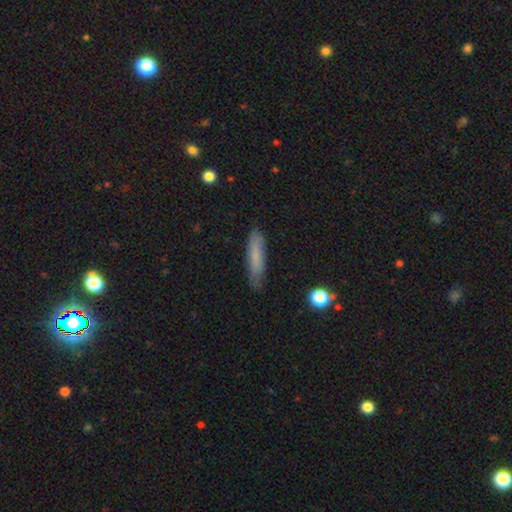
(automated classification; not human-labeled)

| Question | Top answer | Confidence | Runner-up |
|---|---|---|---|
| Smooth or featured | smooth | 76% | featured or disk (16%) |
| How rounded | cigar-shaped | 83% | in between (16%) |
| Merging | none | 80% | minor disturbance (15%) |